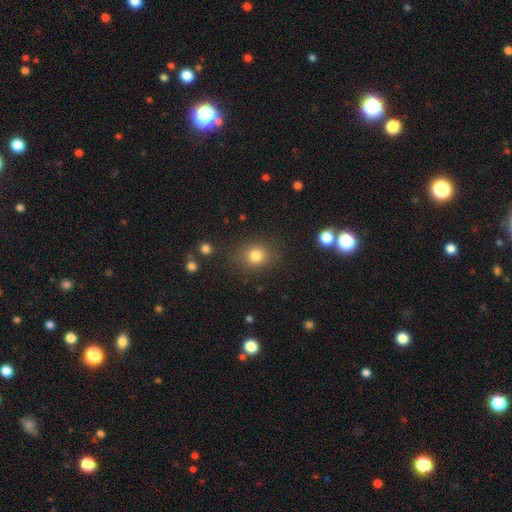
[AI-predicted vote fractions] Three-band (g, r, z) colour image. It shows a smooth galaxy with no disk features (81%) that is round (71%). Merging: none (84%).